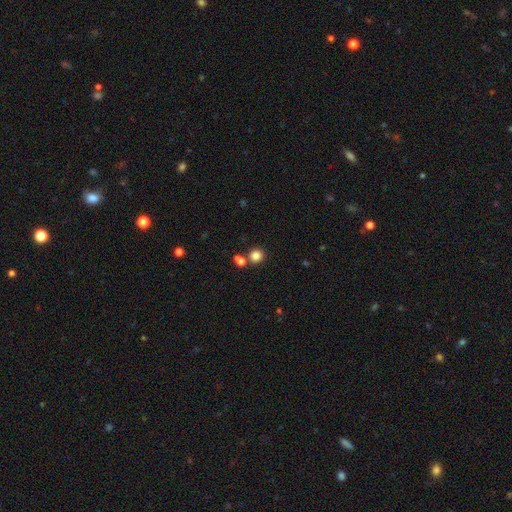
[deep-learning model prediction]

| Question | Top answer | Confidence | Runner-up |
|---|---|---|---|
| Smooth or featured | smooth | 83% | star or artifact (12%) |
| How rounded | round | 87% | in between (12%) |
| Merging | none | 69% | merger (20%) |